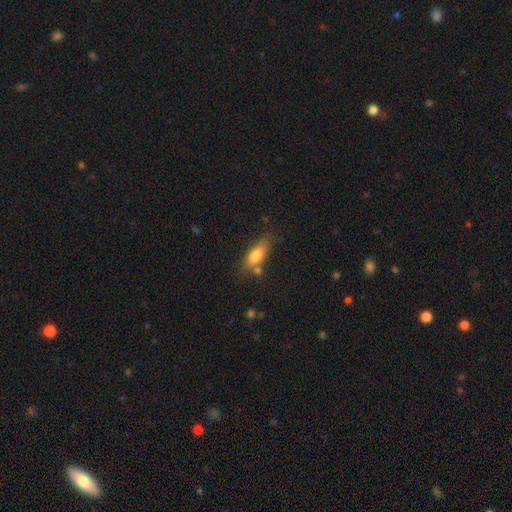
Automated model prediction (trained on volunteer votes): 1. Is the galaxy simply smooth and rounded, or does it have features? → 74% smooth, 18% featured or disk, 7% star or artifact.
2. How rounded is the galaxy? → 71% in between, 25% cigar-shaped, 4% round.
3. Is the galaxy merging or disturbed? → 66% none, 19% minor disturbance, 10% merger, 5% major disturbance.